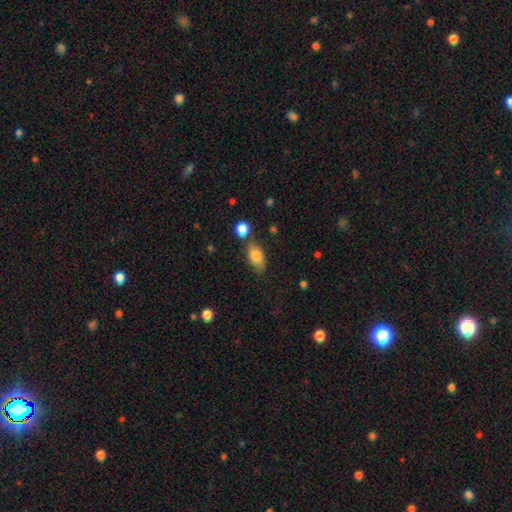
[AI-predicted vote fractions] Overall: smooth (81%). How rounded: in between (88%). Merging: none (67%).